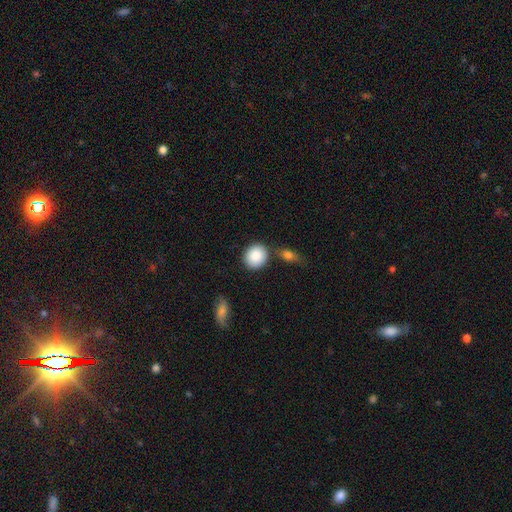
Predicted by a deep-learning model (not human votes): This is clearly a smooth galaxy (88%). How rounded: likely round (73%). Merging: likely none (76%).